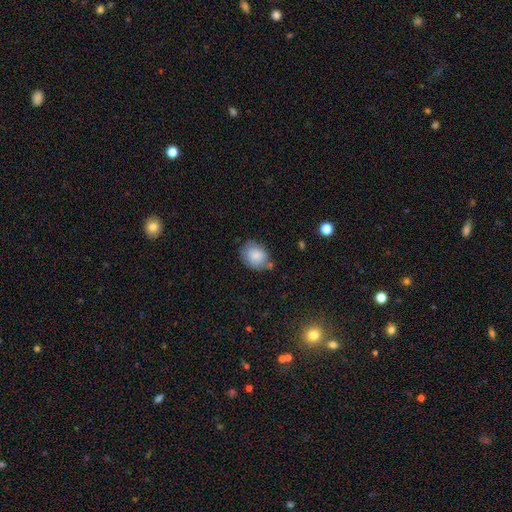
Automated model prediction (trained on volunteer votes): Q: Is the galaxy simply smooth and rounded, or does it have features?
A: smooth — 85%.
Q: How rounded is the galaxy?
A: in between — 55%.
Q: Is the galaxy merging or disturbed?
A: none — 65%.